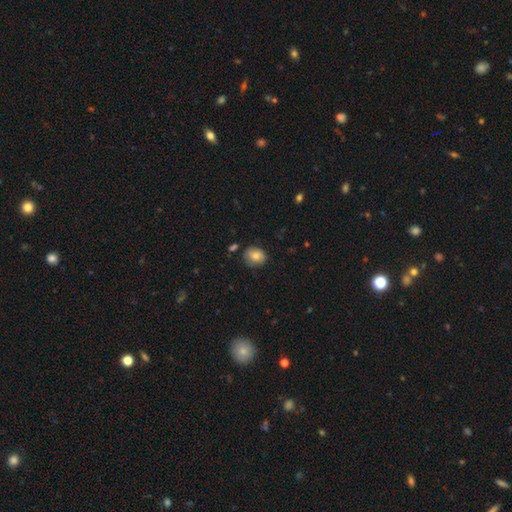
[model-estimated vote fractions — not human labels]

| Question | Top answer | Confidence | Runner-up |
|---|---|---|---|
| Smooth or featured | smooth | 79% | featured or disk (12%) |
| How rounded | round | 60% | in between (39%) |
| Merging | none | 74% | minor disturbance (20%) |